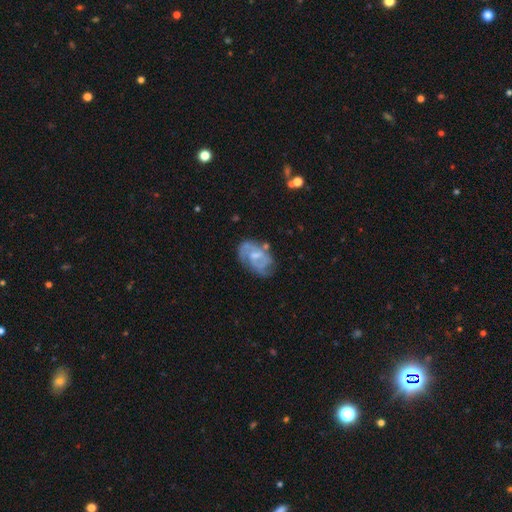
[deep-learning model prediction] Smooth or featured: featured or disk — 71% (smooth — 22%)
Edge-on disk: no — 97% (yes — 3%)
Bar: weak — 47% (no — 43%)
Spiral arms: yes — 76% (no — 24%)
Spiral winding: medium — 44% (tight — 36%)
Spiral arm count: 2 — 42% (can't tell — 33%)
Bulge size: moderate — 39% (small — 38%)
Merging: none — 53% (minor disturbance — 27%)